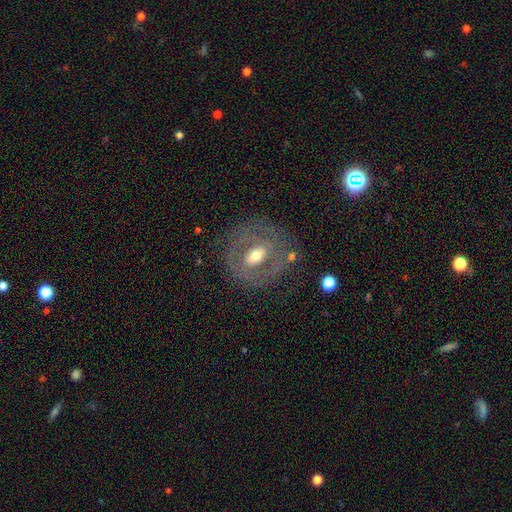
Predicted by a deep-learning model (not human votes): Smooth or featured?
  - featured or disk: 66% *
  - smooth: 26%
  - star or artifact: 8%
Edge-on disk?
  - no: 94% *
  - yes: 6%
Bar?
  - no: 39% *
  - weak: 37%
  - strong: 23%
Spiral arms?
  - no: 63% *
  - yes: 37%
Bulge size?
  - moderate: 69% *
  - small: 18%
  - large: 11%
  - dominant: 1%
  - none: 1%
Merging?
  - none: 71% *
  - minor disturbance: 16%
  - major disturbance: 10%
  - merger: 3%